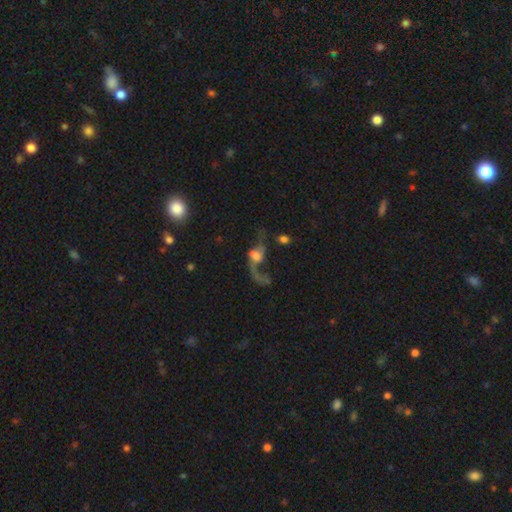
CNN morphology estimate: Q: Smooth or featured?
A: featured or disk (66%); runner-up: smooth (23%)
Q: Edge-on disk?
A: no (94%); runner-up: yes (6%)
Q: Bar?
A: no (54%); runner-up: weak (34%)
Q: Spiral arms?
A: yes (78%); runner-up: no (22%)
Q: Bulge size?
A: moderate (35%); runner-up: large (25%)
Q: Merging?
A: major disturbance (45%); runner-up: none (28%)